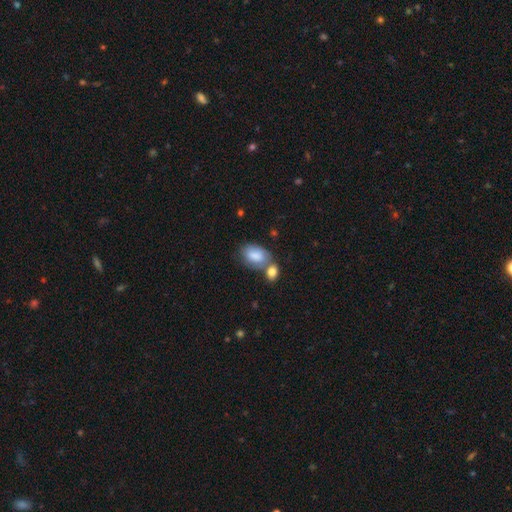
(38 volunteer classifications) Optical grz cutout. It shows a smooth galaxy with no disk features (92%) that is in between round and cigar-shaped (86%). Merging: none (61%).